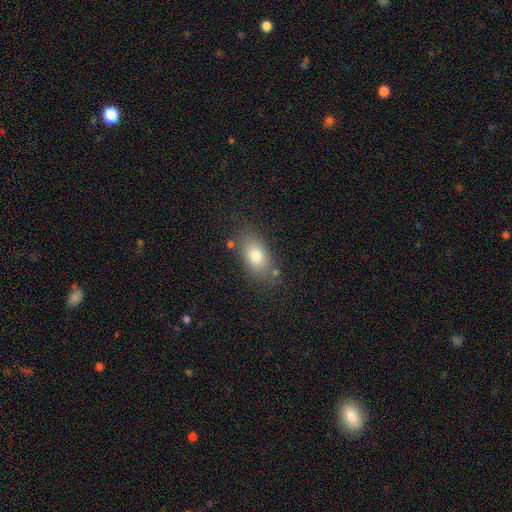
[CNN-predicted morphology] smooth_or_featured: smooth (p=0.77) [alt: featured or disk p=0.13]
how_rounded: in between (p=0.84) [alt: round p=0.12]
merging: none (p=0.76) [alt: minor disturbance p=0.14]